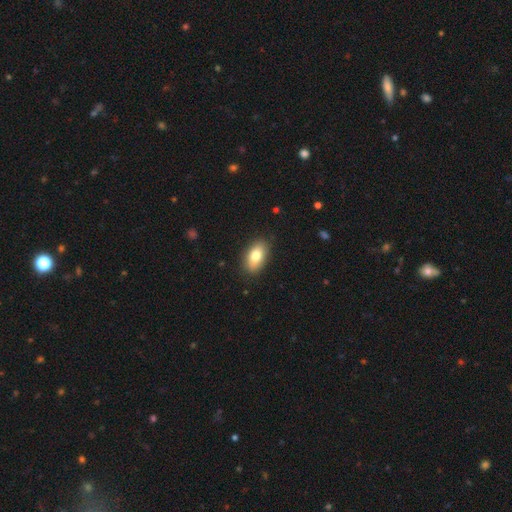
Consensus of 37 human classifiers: This is clearly a smooth galaxy (84%). How rounded: clearly in between (84%). Merging: clearly none (89%).